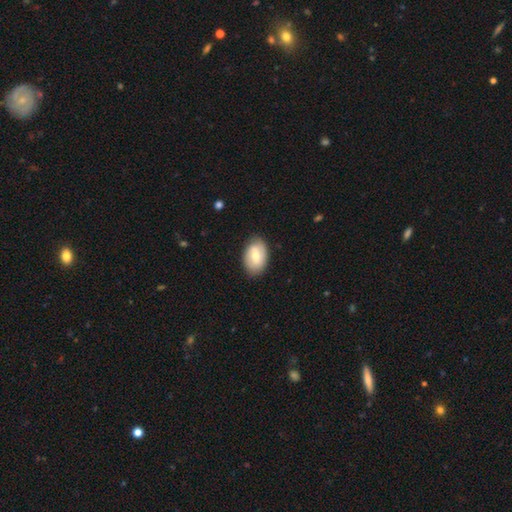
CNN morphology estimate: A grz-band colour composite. It shows a smooth galaxy with no disk features (63%) that is in between round and cigar-shaped (88%). Merging: none (83%).